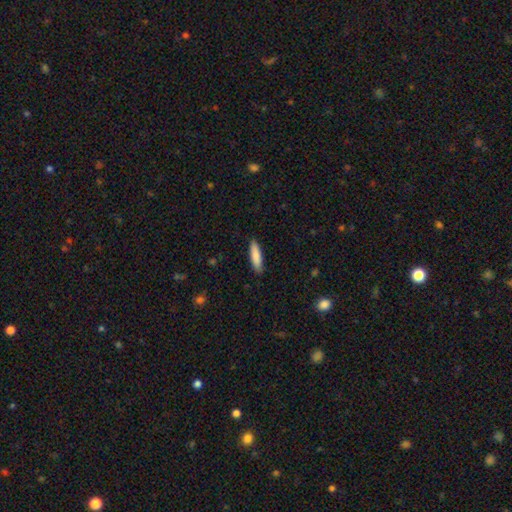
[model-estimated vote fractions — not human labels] Smooth or featured: smooth — 85% (featured or disk — 9%)
How rounded: cigar-shaped — 75% (in between — 24%)
Merging: none — 88% (minor disturbance — 9%)